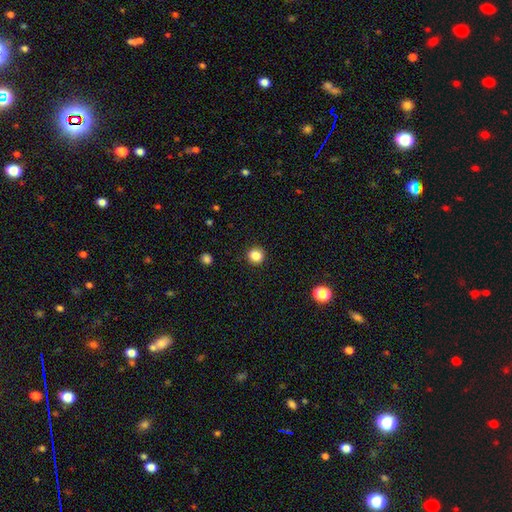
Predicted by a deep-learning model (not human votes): This is clearly a smooth galaxy (85%). How rounded: clearly round (91%). Merging: clearly none (92%).